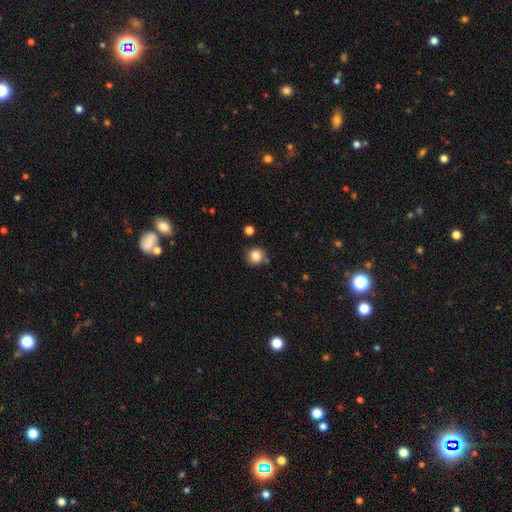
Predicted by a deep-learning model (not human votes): The model was most divided on "merging": none: 78%, minor disturbance: 14%, merger: 5%, major disturbance: 3%. More confident: how rounded — round (89%); smooth or featured — smooth (83%).